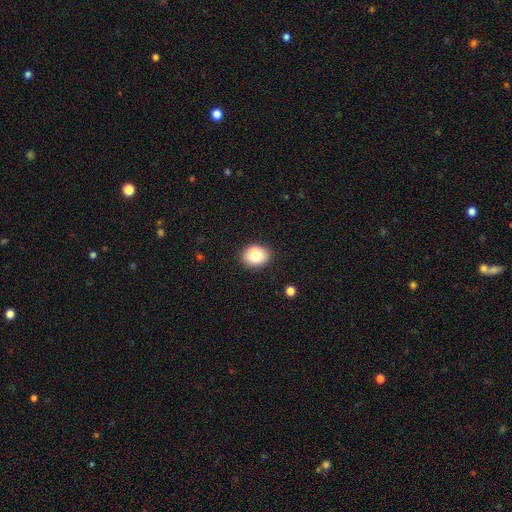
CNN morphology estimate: Smooth or featured? smooth (73%)
How rounded? round (50%)
Merging? none (67%)